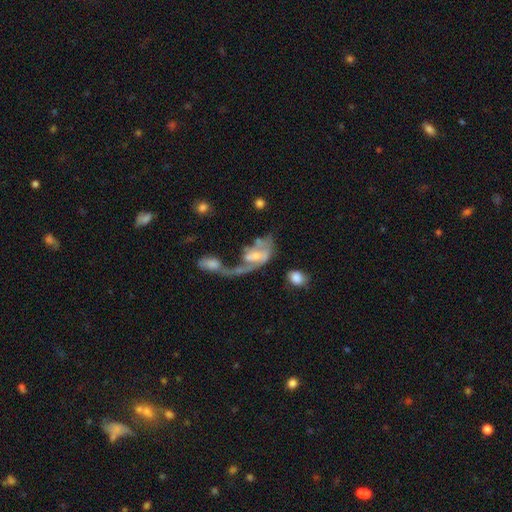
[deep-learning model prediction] Morphology: type=featured or disk (63%); edge-on=no (95%); bar=no (64%); spiral arms=yes (55%); bulge=moderate (37%); merging=merger (46%).